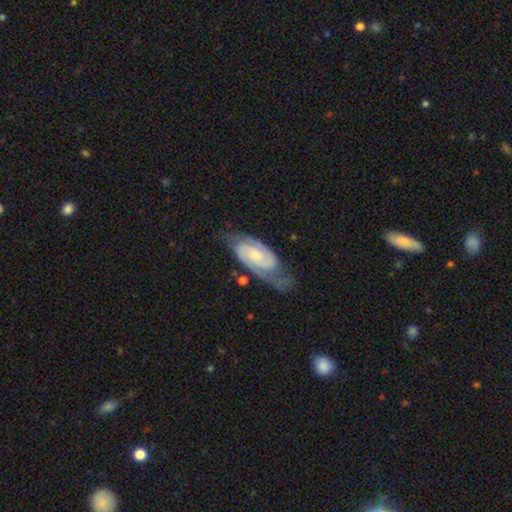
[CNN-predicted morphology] This is clearly a featured or disk galaxy (86%). It is clearly not viewed edge-on (96%). Bar: possibly no (52%). Spiral arm pattern: clearly yes (97%). Spiral arm count: clearly 2 (88%). Spiral winding: possibly tight (52%). Central bulge: possibly small (54%). Merging: likely none (67%).